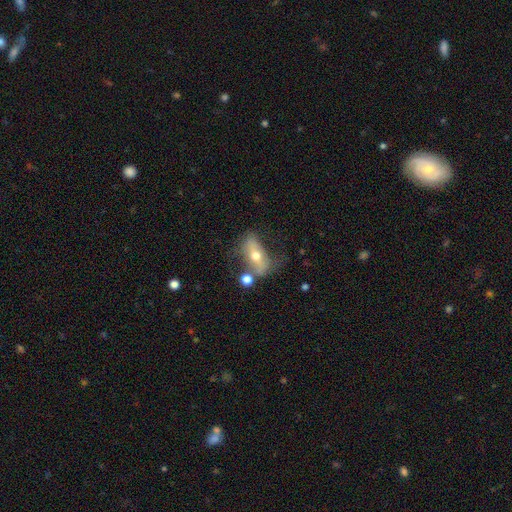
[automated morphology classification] featured or disk 51%, smooth 40%, star or artifact 9%. Down the decision tree: edge-on disk — no (75%); merging — none (48%).